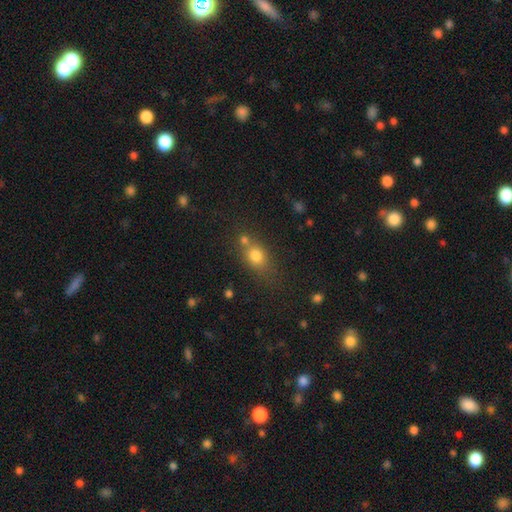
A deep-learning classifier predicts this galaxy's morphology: Q: Smooth or featured?
A: smooth (77%); runner-up: star or artifact (12%)
Q: How rounded?
A: in between (51%); runner-up: round (45%)
Q: Merging?
A: none (52%); runner-up: merger (28%)